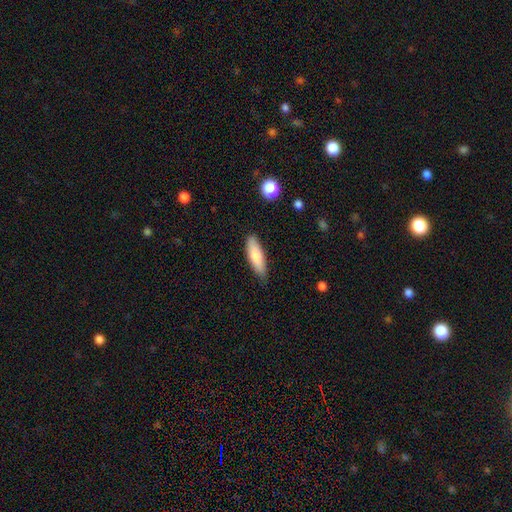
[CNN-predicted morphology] smooth 78%, featured or disk 16%, star or artifact 6%. Down the decision tree: how rounded — cigar-shaped (52%); merging — none (81%).